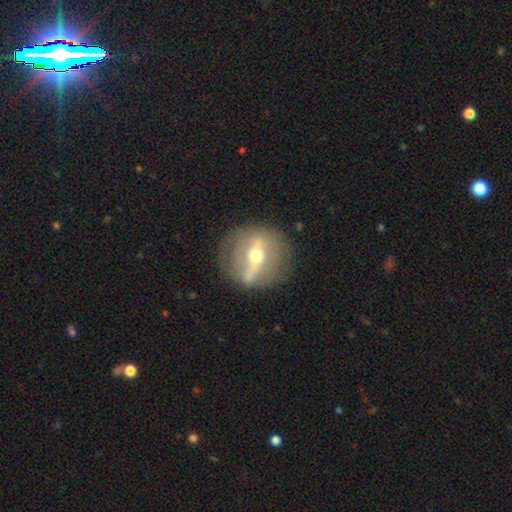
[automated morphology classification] Smooth or featured? featured or disk (74%)
Edge-on disk? no (71%)
Bar? strong (68%)
Spiral arms? no (74%)
Bulge size? moderate (72%)
Merging? none (78%)